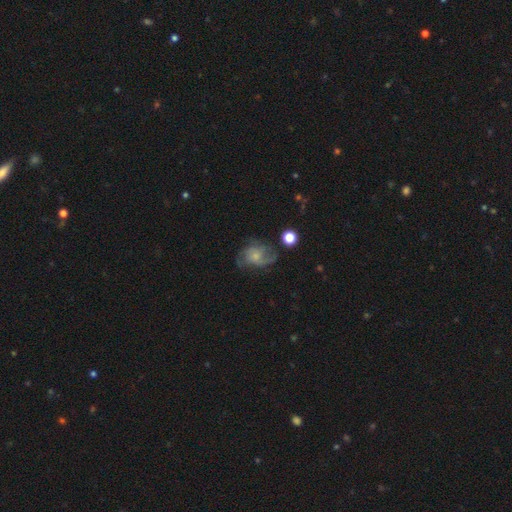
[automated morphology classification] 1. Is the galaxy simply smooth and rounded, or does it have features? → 64% featured or disk, 27% smooth, 10% star or artifact.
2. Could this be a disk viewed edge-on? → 98% no, 2% yes.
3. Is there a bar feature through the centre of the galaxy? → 74% no, 23% weak, 3% strong.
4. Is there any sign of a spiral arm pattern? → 86% yes, 14% no.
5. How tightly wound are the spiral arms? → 44% medium, 37% loose, 19% tight.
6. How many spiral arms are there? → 38% 2, 24% can't tell, 20% 3, 9% 1, 5% 4, 4% more than 4.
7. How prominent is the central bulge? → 61% small, 21% moderate, 14% none, 3% large, 1% dominant.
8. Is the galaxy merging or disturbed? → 49% none, 25% minor disturbance, 23% major disturbance, 3% merger.